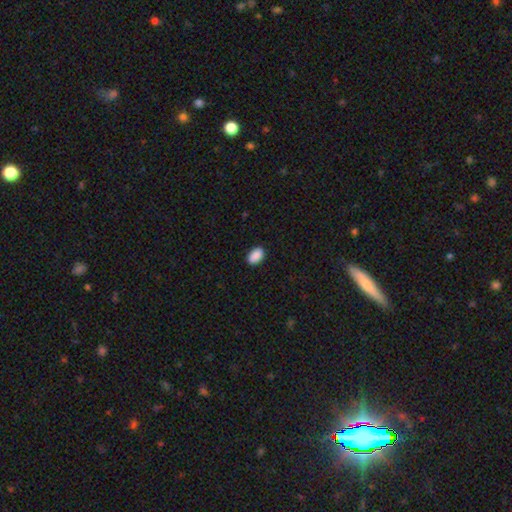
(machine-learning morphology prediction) A smooth galaxy with no disk features (90%) that is in between round and cigar-shaped (90%). Merging: none (88%).